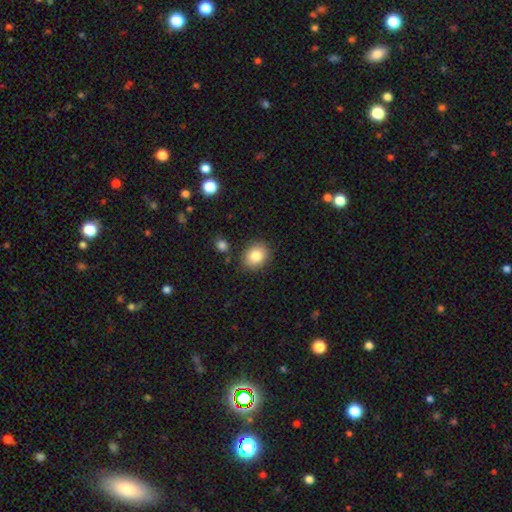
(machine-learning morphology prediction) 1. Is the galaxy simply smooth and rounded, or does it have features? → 83% smooth, 9% star or artifact, 8% featured or disk.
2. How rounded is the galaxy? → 56% round, 43% in between, 1% cigar-shaped.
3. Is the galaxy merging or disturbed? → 85% none, 9% minor disturbance, 3% merger, 2% major disturbance.